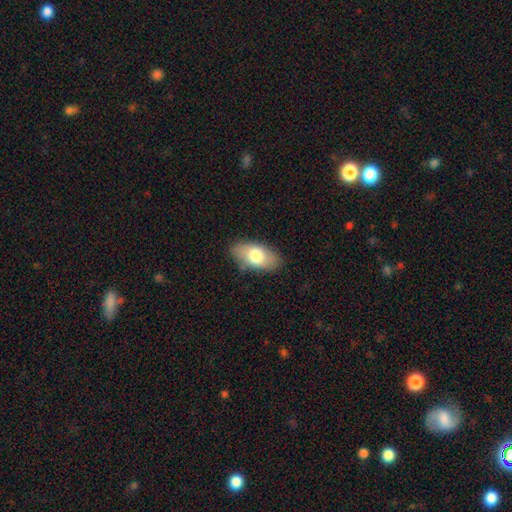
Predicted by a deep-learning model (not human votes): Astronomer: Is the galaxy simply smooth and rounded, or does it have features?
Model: smooth — 74%.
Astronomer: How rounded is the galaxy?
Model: in between — 92%.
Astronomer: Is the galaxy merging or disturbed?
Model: none — 83%.